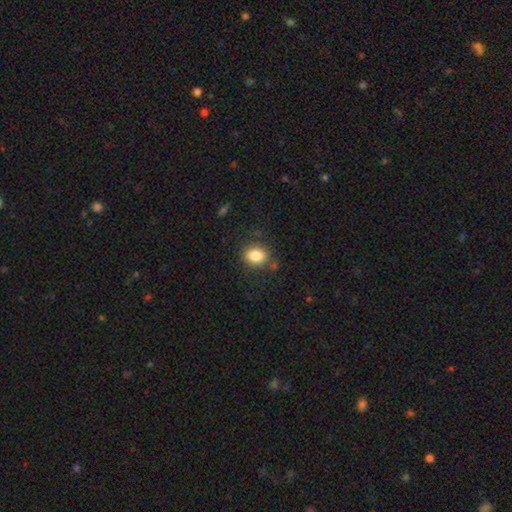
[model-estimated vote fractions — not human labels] Overall: smooth (85%). How rounded: in between (56%; round 43%). Merging: none (79%).